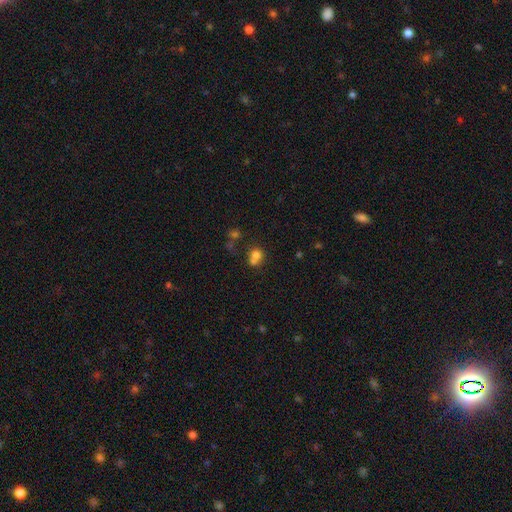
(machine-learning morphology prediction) A smooth galaxy with no disk features (70%) that is round (73%). Merging: merger (55%).